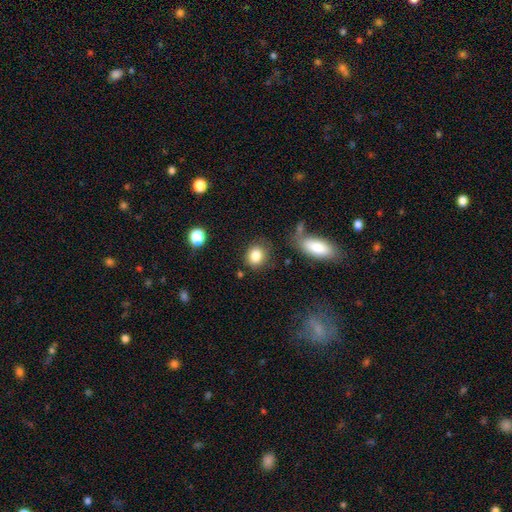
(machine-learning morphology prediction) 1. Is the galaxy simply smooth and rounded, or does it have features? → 85% smooth, 9% star or artifact, 6% featured or disk.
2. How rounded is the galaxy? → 66% round, 33% in between, 1% cigar-shaped.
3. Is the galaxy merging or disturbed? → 76% none, 14% minor disturbance, 5% merger, 5% major disturbance.